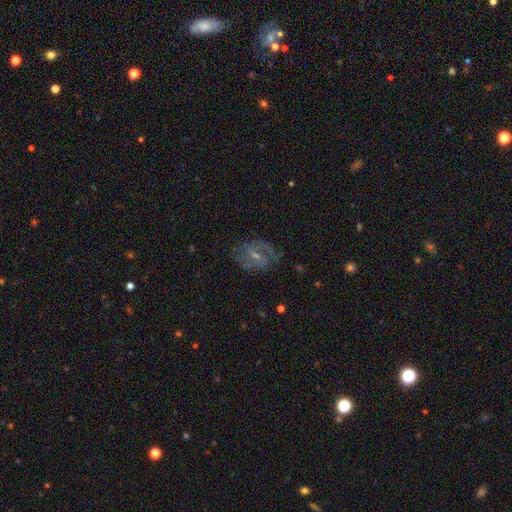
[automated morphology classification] smooth_or_featured: featured or disk (p=0.74) [alt: smooth p=0.17]
disk_edge_on: no (p=0.96) [alt: yes p=0.04]
bar: weak (p=0.51) [alt: no p=0.31]
has_spiral_arms: yes (p=0.85) [alt: no p=0.15]
spiral_winding: medium (p=0.48) [alt: tight p=0.28]
spiral_arm_count: 2 (p=0.65) [alt: can't tell p=0.19]
bulge_size: small (p=0.59) [alt: moderate p=0.34]
merging: none (p=0.69) [alt: minor disturbance p=0.18]